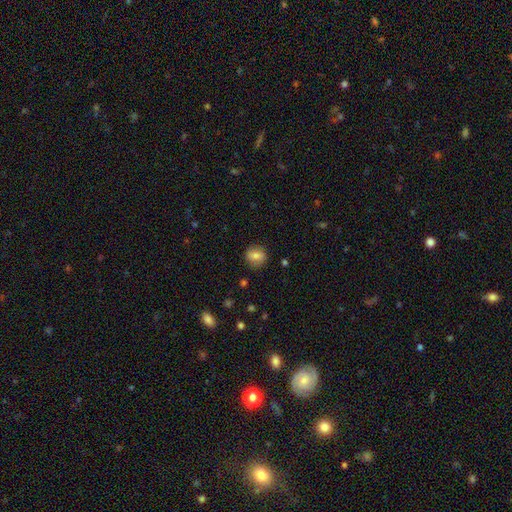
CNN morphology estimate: Smooth or featured? Predicted: smooth (p=0.76). How rounded? Predicted: round (p=0.79). Merging? Predicted: none (p=0.85).